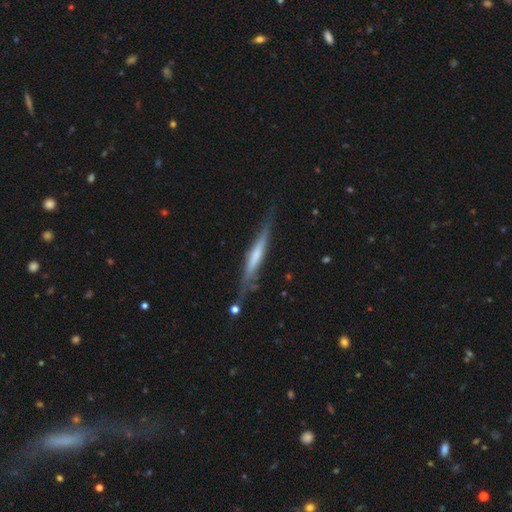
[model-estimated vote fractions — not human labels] Smooth or featured?
  - featured or disk: 57% *
  - smooth: 38%
  - star or artifact: 6%
Edge-on disk?
  - yes: 94% *
  - no: 6%
Edge-on bulge?
  - none: 51% *
  - rounded: 29%
  - boxy: 20%
Merging?
  - none: 73% *
  - minor disturbance: 19%
  - major disturbance: 5%
  - merger: 3%